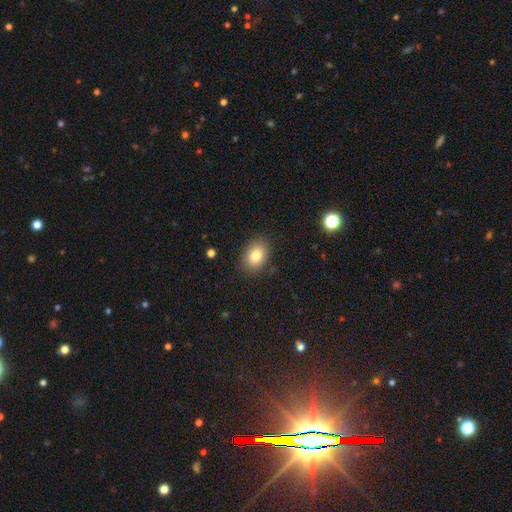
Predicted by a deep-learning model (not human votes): A smooth galaxy with no disk features (81%) that is in between round and cigar-shaped (69%). Merging: none (87%).